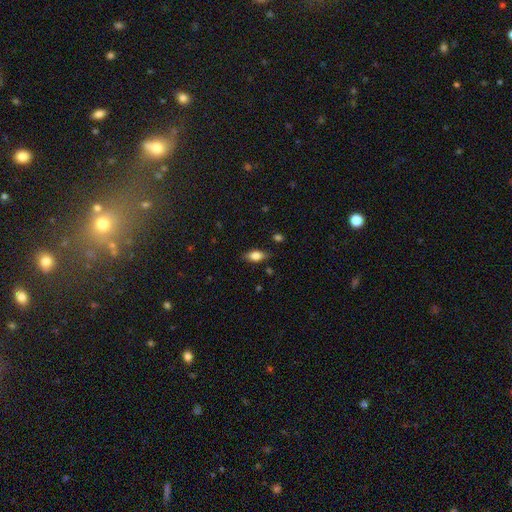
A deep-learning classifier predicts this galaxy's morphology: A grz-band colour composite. It shows a smooth galaxy with no disk features (78%) that is in between round and cigar-shaped (85%). Merging: none (81%).